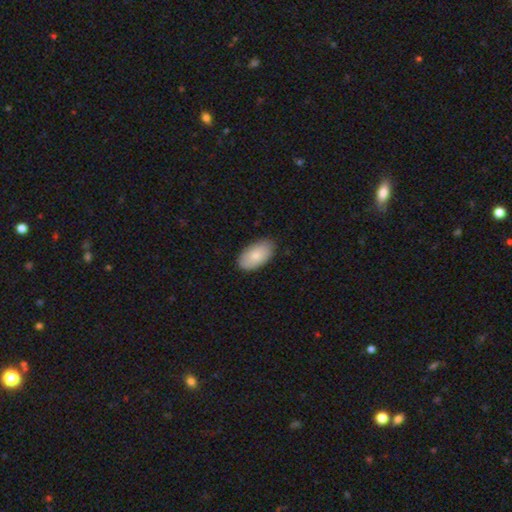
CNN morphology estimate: type=smooth (80%); roundness=in between (95%); merging=none (85%).